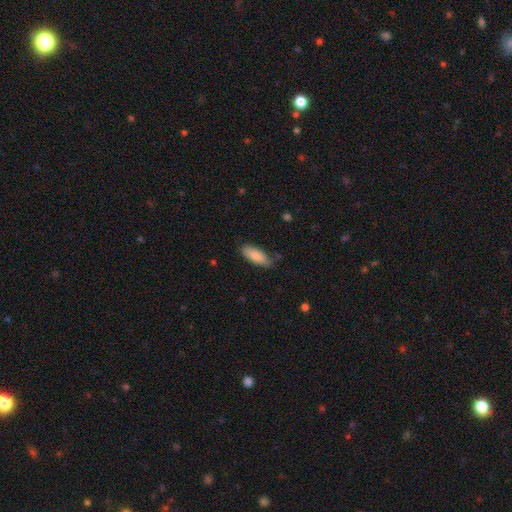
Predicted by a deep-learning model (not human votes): Smooth or featured?
  - smooth: 86% *
  - featured or disk: 9%
  - star or artifact: 6%
How rounded?
  - in between: 74% *
  - cigar-shaped: 25%
  - round: 2%
Merging?
  - none: 75% *
  - minor disturbance: 20%
  - major disturbance: 3%
  - merger: 2%